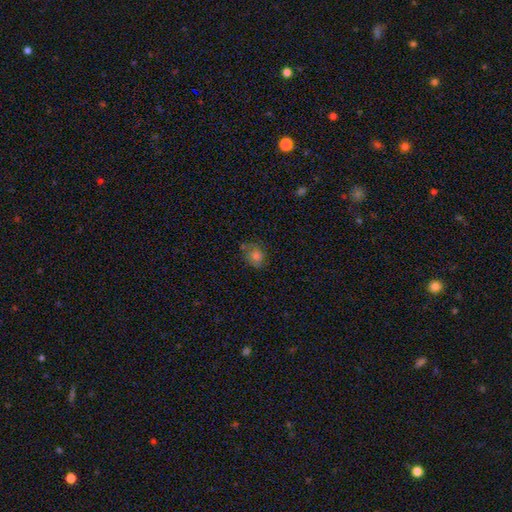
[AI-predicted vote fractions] A smooth galaxy with no disk features (69%) that is round (72%). Merging: none (65%).